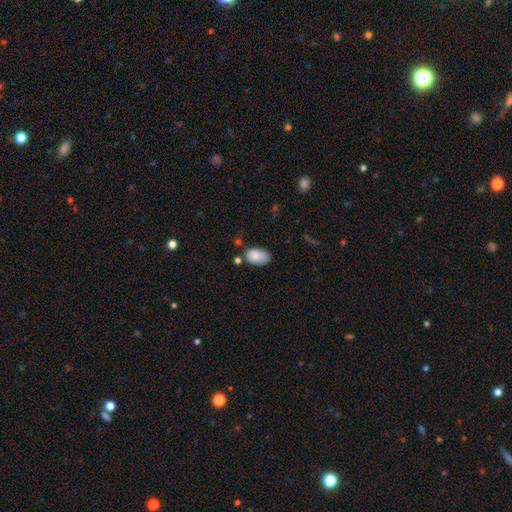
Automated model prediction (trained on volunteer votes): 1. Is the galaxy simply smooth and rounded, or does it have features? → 85% smooth, 8% star or artifact, 7% featured or disk.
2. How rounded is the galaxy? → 92% in between, 7% round, 1% cigar-shaped.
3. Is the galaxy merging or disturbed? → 58% none, 28% minor disturbance, 8% merger, 6% major disturbance.